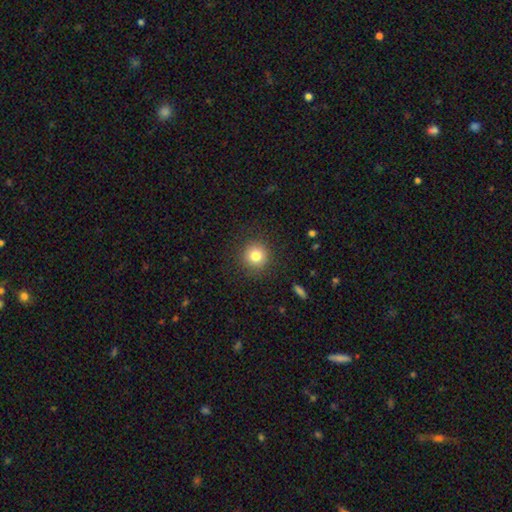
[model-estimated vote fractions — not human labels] Smooth or featured: smooth — 82% (star or artifact — 11%)
How rounded: round — 94% (in between — 5%)
Merging: none — 89% (minor disturbance — 7%)